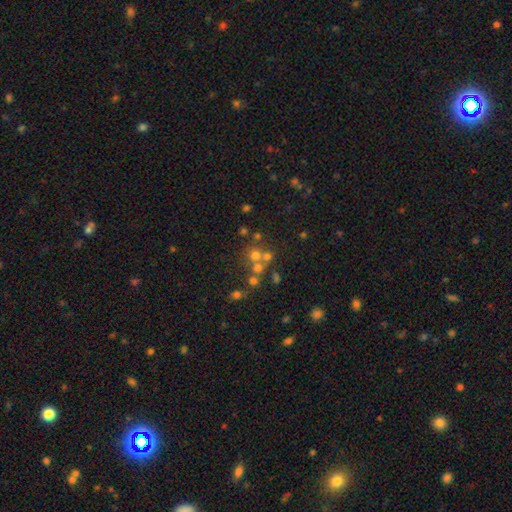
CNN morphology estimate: Smooth or featured? Predicted: smooth (p=0.55). How rounded? Predicted: round (p=0.88). Merging? Predicted: none (p=0.50).